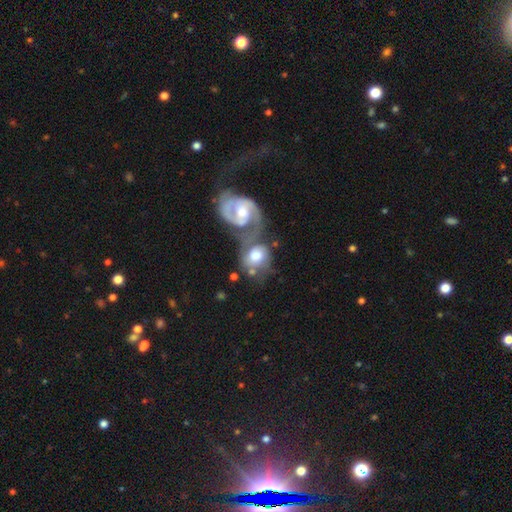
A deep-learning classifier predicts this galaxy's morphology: Smooth or featured: featured or disk — 52% (smooth — 42%)
Edge-on disk: no — 96% (yes — 4%)
Merging: merger — 68% (none — 16%)